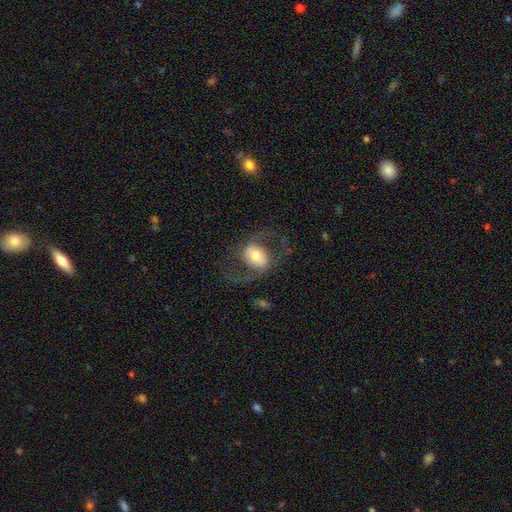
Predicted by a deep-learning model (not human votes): Morphology: type=featured or disk (70%); edge-on=no (96%); bar=no (47%); spiral arms=yes (85%); winding=loose (46%); arm count=2 (90%); bulge=moderate (62%); merging=none (66%).